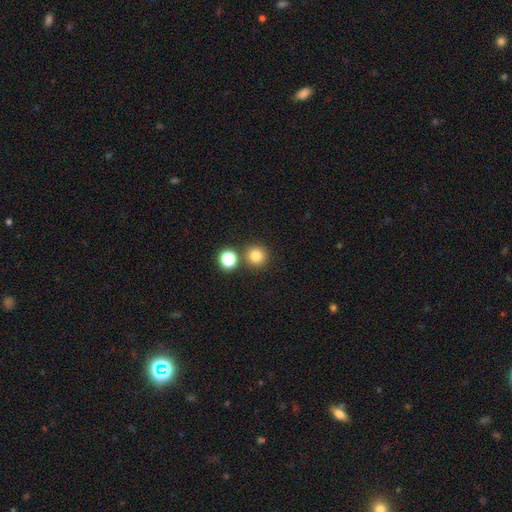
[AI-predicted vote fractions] A smooth galaxy with no disk features (80%) that is round (94%).

Vote fractions:
- Smooth or featured? smooth: 80% / star or artifact: 14% / featured or disk: 6%
- How rounded? round: 94% / in between: 5% / cigar-shaped: 1%
- Merging? none: 81% / merger: 11% / minor disturbance: 6% / major disturbance: 2%